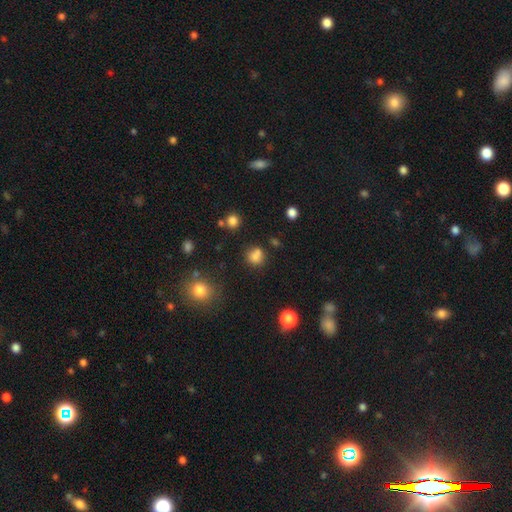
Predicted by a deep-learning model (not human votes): This appears to be a smooth galaxy with no disk features (77%) that is round (78%). Merging: none (62%).